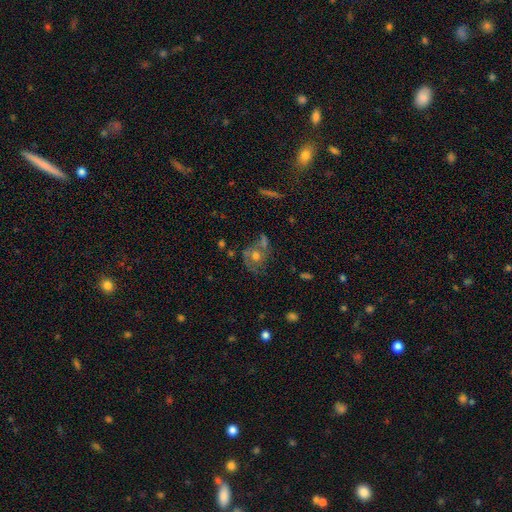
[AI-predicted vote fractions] smooth-or-featured: featured or disk: 47% | smooth: 39% | star or artifact: 15%
  merging: none: 48% | minor disturbance: 19% | merger: 19% | major disturbance: 14%